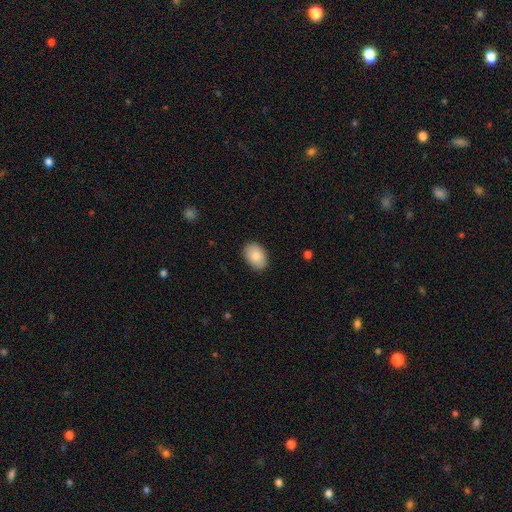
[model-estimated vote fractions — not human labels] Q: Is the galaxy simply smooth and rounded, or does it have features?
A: smooth — 85%.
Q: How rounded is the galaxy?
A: in between — 85%.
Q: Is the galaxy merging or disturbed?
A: none — 85%.